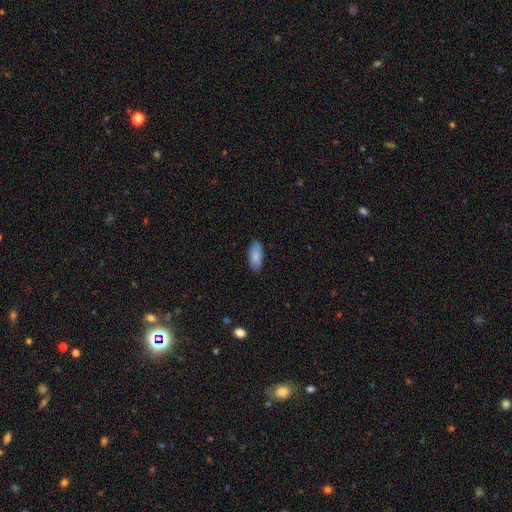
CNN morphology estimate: Smooth or featured?
  - smooth: 87% *
  - featured or disk: 7%
  - star or artifact: 6%
How rounded?
  - in between: 89% *
  - cigar-shaped: 9%
  - round: 2%
Merging?
  - none: 86% *
  - minor disturbance: 11%
  - major disturbance: 2%
  - merger: 1%